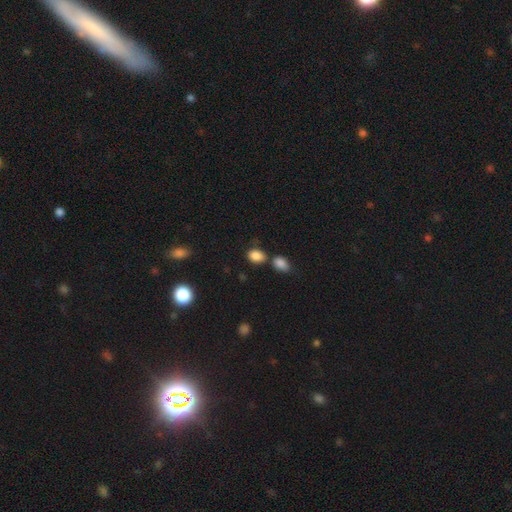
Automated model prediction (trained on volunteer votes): Smooth or featured?
  - smooth: 86% *
  - star or artifact: 9%
  - featured or disk: 5%
How rounded?
  - in between: 77% *
  - round: 22%
  - cigar-shaped: 1%
Merging?
  - none: 60% *
  - merger: 22%
  - minor disturbance: 14%
  - major disturbance: 4%